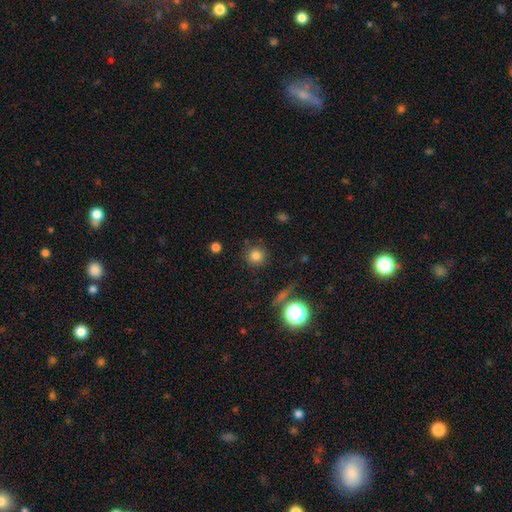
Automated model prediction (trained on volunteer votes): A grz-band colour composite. It shows a smooth galaxy with no disk features (80%) that is round (92%). Merging: none (87%).